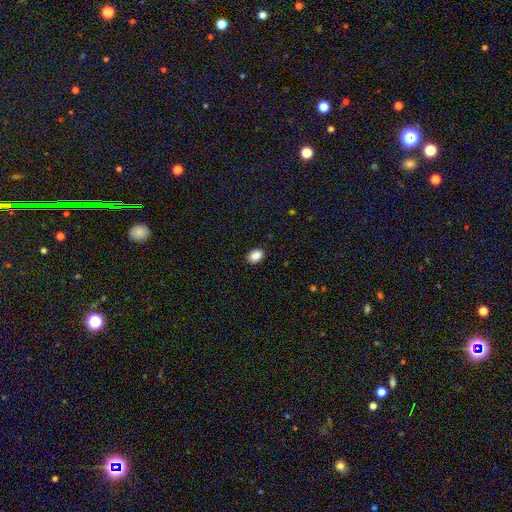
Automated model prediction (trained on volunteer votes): Smooth or featured? Predicted: smooth (p=0.88). How rounded? Predicted: in between (p=0.67). Merging? Predicted: none (p=0.88).